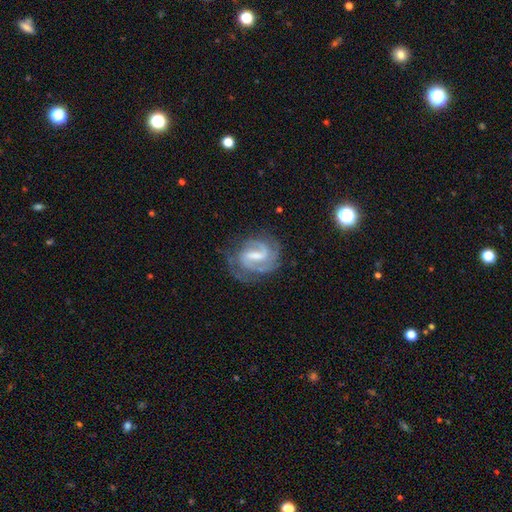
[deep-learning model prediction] Smooth or featured? Predicted: featured or disk (p=0.85). Edge-on disk? Predicted: no (p=0.98). Bar? Predicted: weak (p=0.47). Spiral arms? Predicted: yes (p=0.95). Spiral winding? Predicted: medium (p=0.45). Spiral arm count? Predicted: 2 (p=0.69). Bulge size? Predicted: moderate (p=0.36). Merging? Predicted: none (p=0.65).